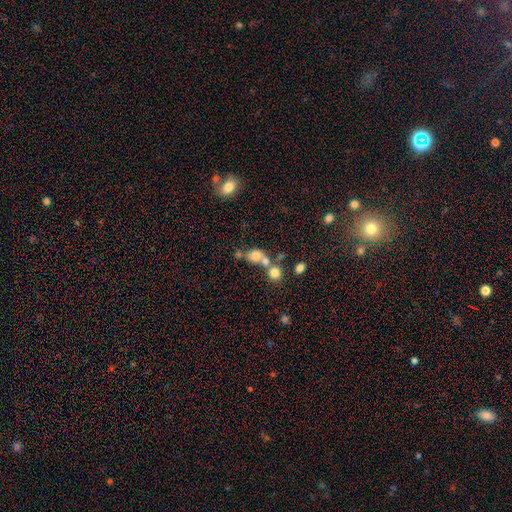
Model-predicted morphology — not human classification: smooth 71%, featured or disk 16%, star or artifact 14%. Down the decision tree: how rounded — round (57%); merging — merger (50%).